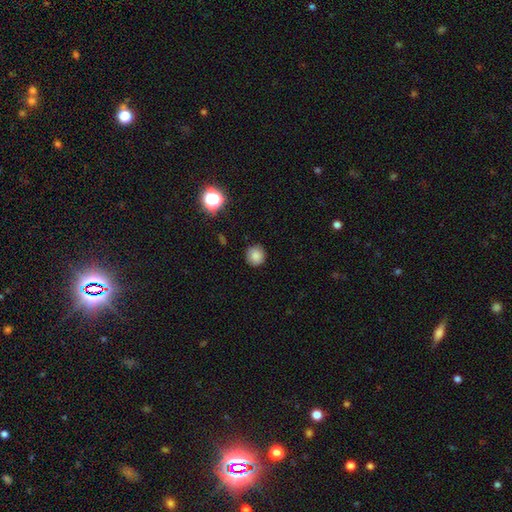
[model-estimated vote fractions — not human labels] Smooth or featured: smooth — 84% (star or artifact — 11%)
How rounded: round — 92% (in between — 7%)
Merging: none — 89% (minor disturbance — 8%)